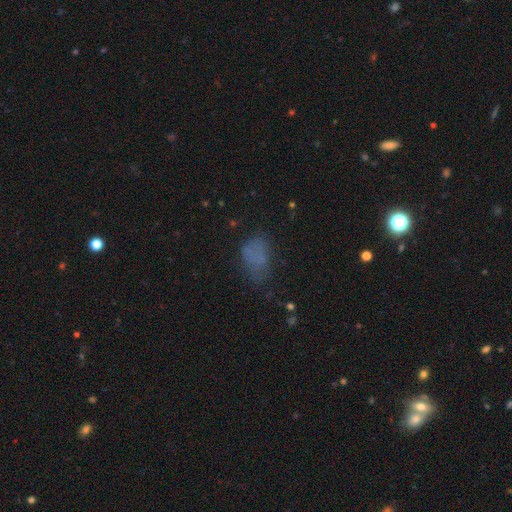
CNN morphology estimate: type=smooth (60%); roundness=in between (85%); merging=none (44%).